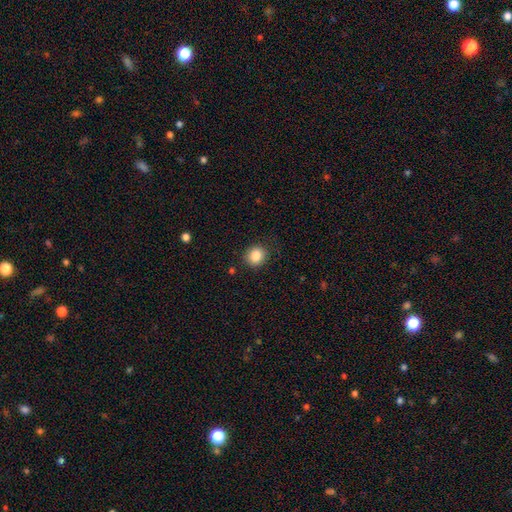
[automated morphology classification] smooth-or-featured: smooth: 85% | star or artifact: 10% | featured or disk: 5%
  how-rounded: round: 81% | in between: 18% | cigar-shaped: 1%
  merging: none: 87% | minor disturbance: 9% | major disturbance: 3% | merger: 1%